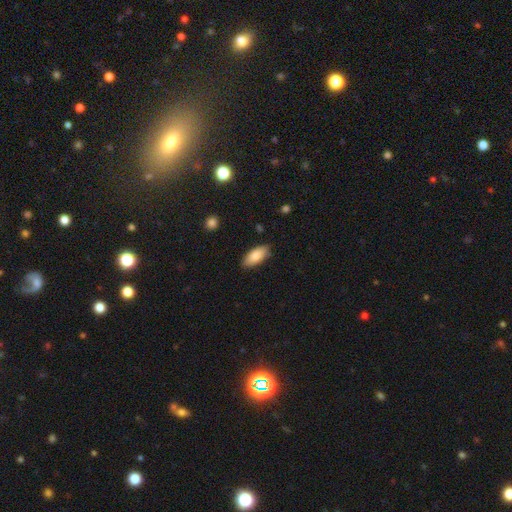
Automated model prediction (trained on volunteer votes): Q: Smooth or featured?
A: smooth (84%); runner-up: featured or disk (10%)
Q: How rounded?
A: in between (87%); runner-up: cigar-shaped (11%)
Q: Merging?
A: none (85%); runner-up: minor disturbance (12%)